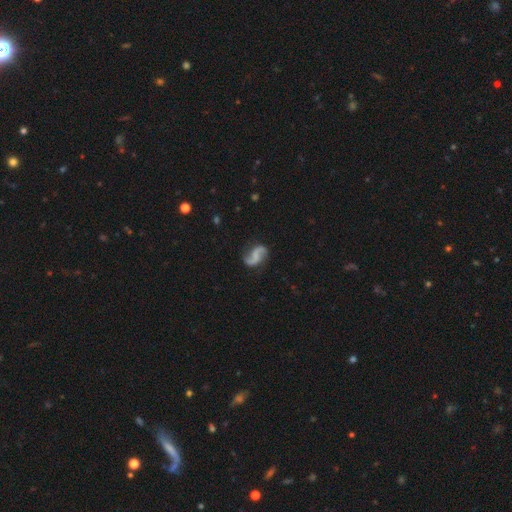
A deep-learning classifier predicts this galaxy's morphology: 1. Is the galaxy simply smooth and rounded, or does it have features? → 85% featured or disk, 9% smooth, 6% star or artifact.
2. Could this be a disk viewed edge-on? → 98% no, 2% yes.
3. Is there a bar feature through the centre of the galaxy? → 44% no, 38% weak, 17% strong.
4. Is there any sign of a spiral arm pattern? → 96% yes, 4% no.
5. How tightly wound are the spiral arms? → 72% loose, 23% medium, 6% tight.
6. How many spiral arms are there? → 93% 2, 3% 1, 2% can't tell, 1% 3, 1% 4, 1% more than 4.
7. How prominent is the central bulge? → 62% none, 23% small, 11% moderate, 3% large, 1% dominant.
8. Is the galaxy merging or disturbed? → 79% none, 14% minor disturbance, 5% major disturbance, 2% merger.